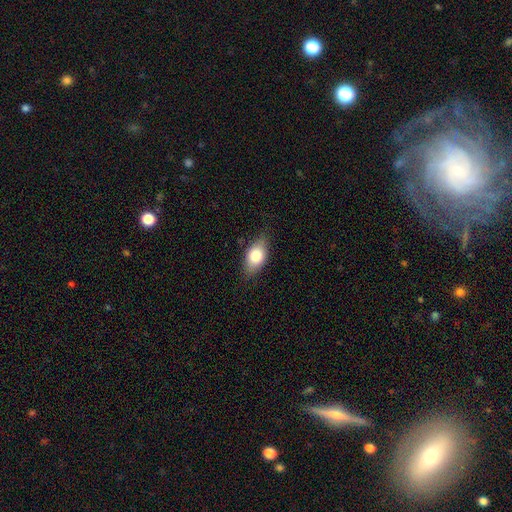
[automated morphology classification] Smooth or featured: smooth — 77% (featured or disk — 16%)
How rounded: in between — 88% (round — 8%)
Merging: none — 76% (minor disturbance — 19%)